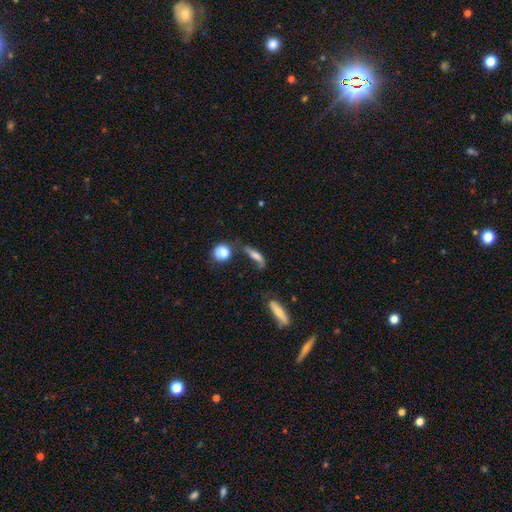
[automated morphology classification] A smooth galaxy with no disk features (57%) that is cigar-shaped (52%).

Vote fractions:
- Smooth or featured? smooth: 57% / featured or disk: 32% / star or artifact: 11%
- How rounded? cigar-shaped: 52% / in between: 40% / round: 8%
- Merging? none: 36% / minor disturbance: 24% / major disturbance: 24% / merger: 17%